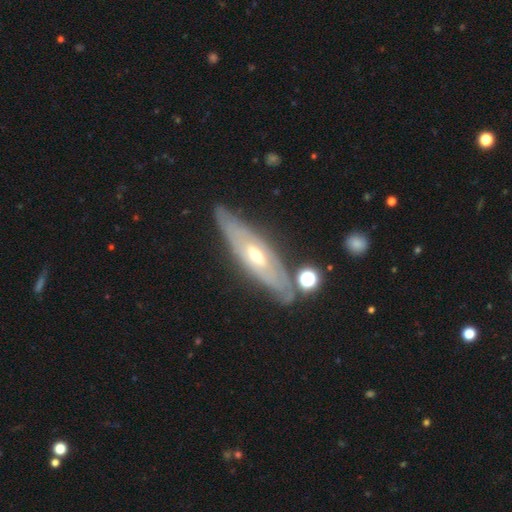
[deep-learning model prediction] Smooth or featured? featured or disk (74%)
Edge-on disk? no (51%)
Merging? none (77%)